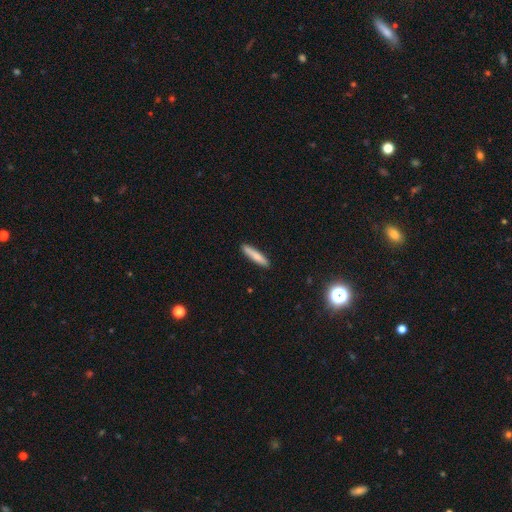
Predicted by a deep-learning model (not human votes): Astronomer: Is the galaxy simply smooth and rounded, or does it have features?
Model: smooth — 80%.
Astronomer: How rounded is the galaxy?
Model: cigar-shaped — 89%.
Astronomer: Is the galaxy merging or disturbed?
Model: none — 89%.